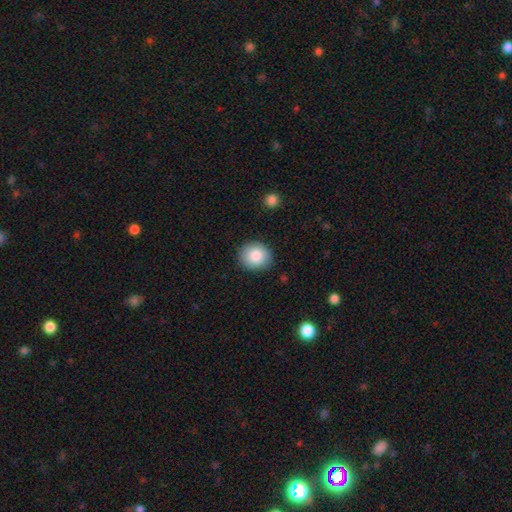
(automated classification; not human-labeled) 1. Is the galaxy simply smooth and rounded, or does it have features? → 85% smooth, 7% star or artifact, 7% featured or disk.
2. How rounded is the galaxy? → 74% round, 25% in between, 1% cigar-shaped.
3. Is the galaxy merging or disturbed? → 88% none, 8% minor disturbance, 2% major disturbance, 1% merger.